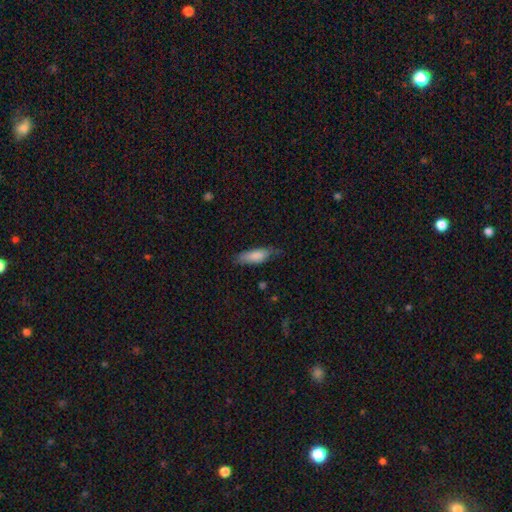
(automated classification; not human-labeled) A smooth galaxy with no disk features (81%) that is in between round and cigar-shaped (64%).

Vote fractions:
- Smooth or featured? smooth: 81% / featured or disk: 13% / star or artifact: 6%
- How rounded? in between: 64% / cigar-shaped: 34% / round: 2%
- Merging? none: 63% / minor disturbance: 29% / major disturbance: 7% / merger: 2%